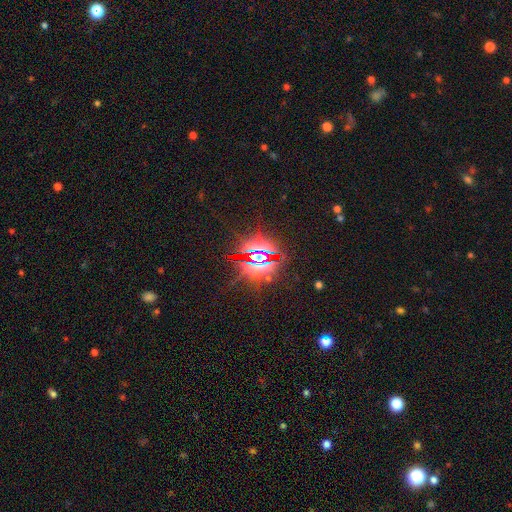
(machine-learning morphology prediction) Smooth or featured: star or artifact — 81% (smooth — 10%)